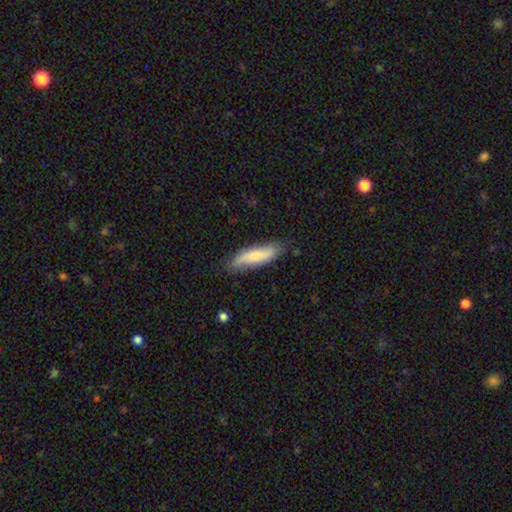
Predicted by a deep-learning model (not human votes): smooth-or-featured: smooth: 65% | featured or disk: 30% | star or artifact: 6%
  how-rounded: cigar-shaped: 67% | in between: 31% | round: 2%
  merging: none: 76% | minor disturbance: 19% | major disturbance: 3% | merger: 2%